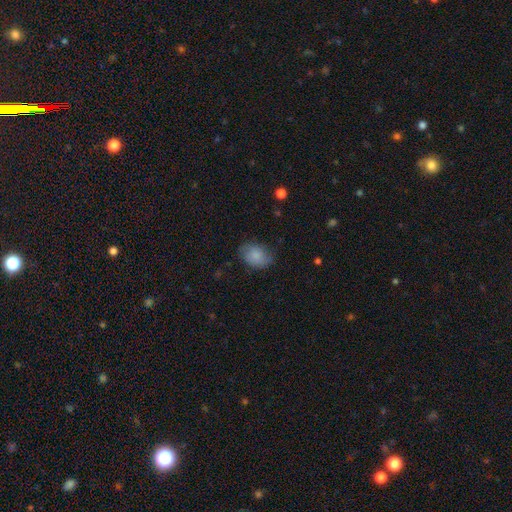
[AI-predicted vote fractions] A smooth galaxy with no disk features (74%) that is in between round and cigar-shaped (74%).

Vote fractions:
- Smooth or featured? smooth: 74% / featured or disk: 18% / star or artifact: 8%
- How rounded? in between: 74% / round: 25% / cigar-shaped: 1%
- Merging? none: 68% / minor disturbance: 24% / major disturbance: 7% / merger: 1%